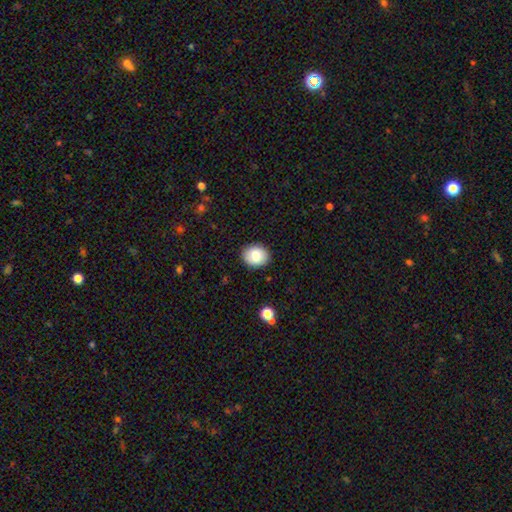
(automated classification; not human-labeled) The model was most divided on "how rounded": round: 51%, in between: 48%, cigar-shaped: 1%. More confident: merging — none (88%); smooth or featured — smooth (83%).